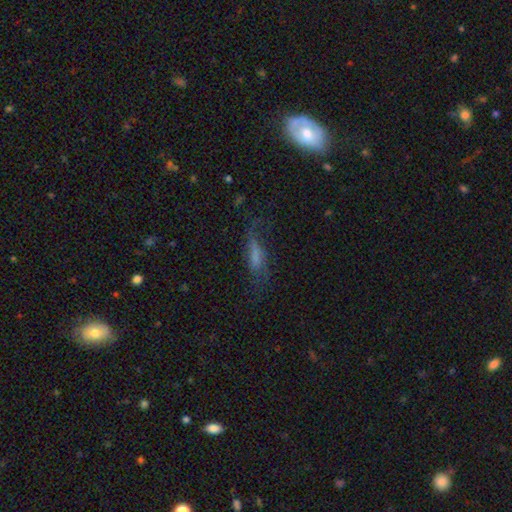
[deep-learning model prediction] smooth 49%, featured or disk 38%, star or artifact 13%. Down the decision tree: merging — none (45%).